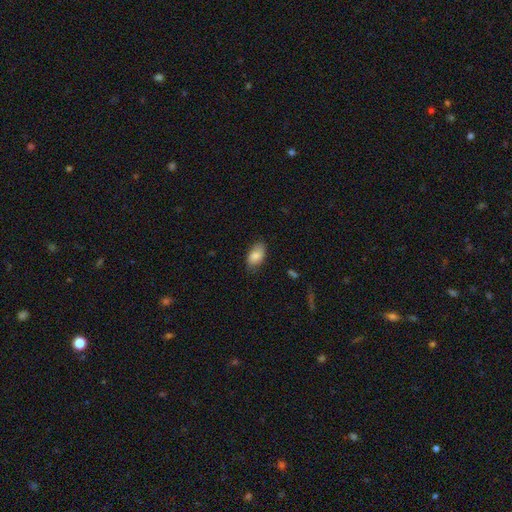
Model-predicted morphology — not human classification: type=smooth (85%); roundness=in between (93%); merging=none (79%).